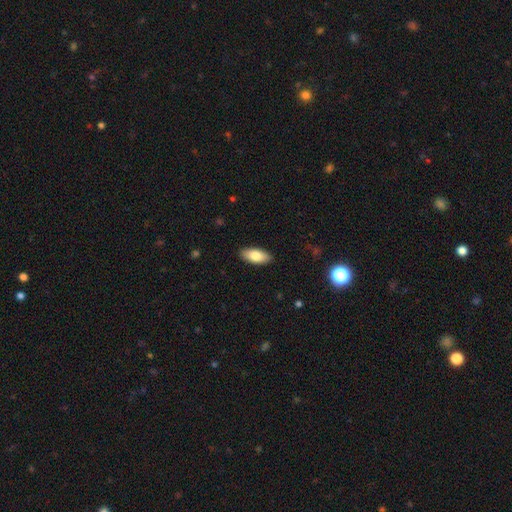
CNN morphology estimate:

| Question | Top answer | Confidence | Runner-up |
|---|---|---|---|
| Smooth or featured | smooth | 80% | featured or disk (14%) |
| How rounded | in between | 89% | cigar-shaped (9%) |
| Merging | none | 89% | minor disturbance (9%) |